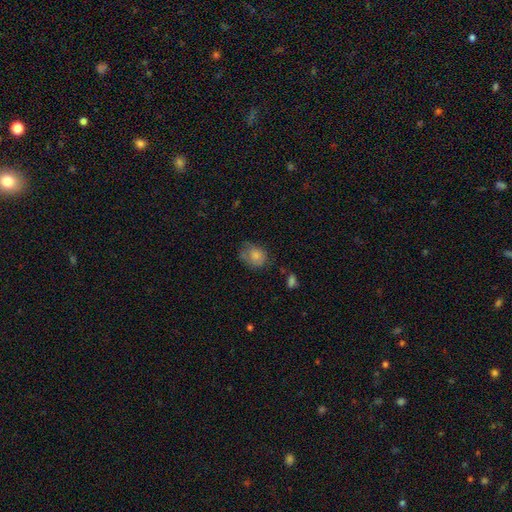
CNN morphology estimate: The model was most divided on "how rounded": round: 52%, in between: 47%, cigar-shaped: 1%. Remaining: smooth or featured — smooth (75%); merging — none (46%).